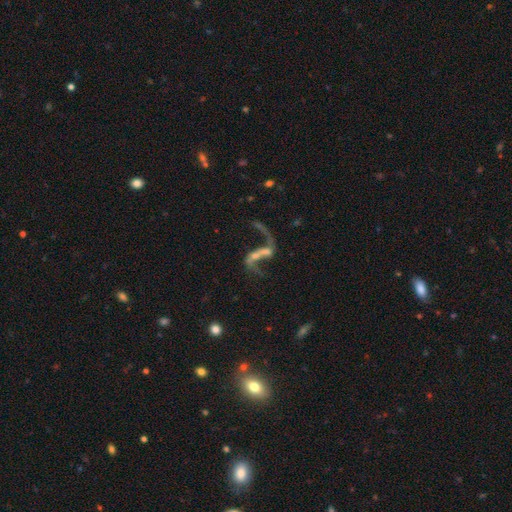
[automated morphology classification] The model was most divided on "bar": no: 36%, weak: 34%, strong: 30%. Remaining: edge-on disk — no (93%); spiral winding — loose (91%); spiral arms — yes (81%); spiral arm count — 2 (80%); smooth or featured — featured or disk (78%); bulge size — small (43%); merging — none (37%).